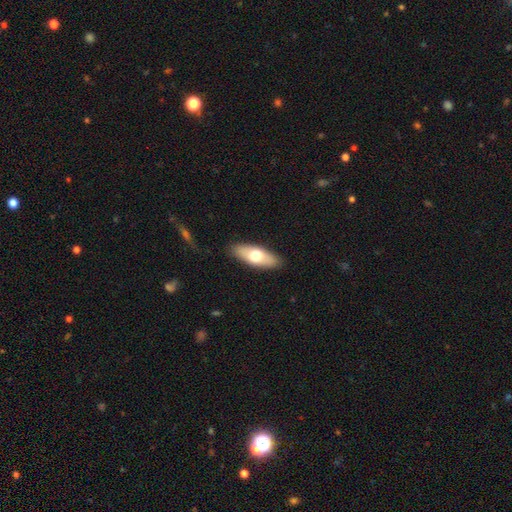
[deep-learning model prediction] Smooth or featured?
  - smooth: 63% *
  - featured or disk: 32%
  - star or artifact: 6%
How rounded?
  - in between: 71% *
  - cigar-shaped: 26%
  - round: 3%
Merging?
  - none: 87% *
  - minor disturbance: 9%
  - major disturbance: 2%
  - merger: 1%